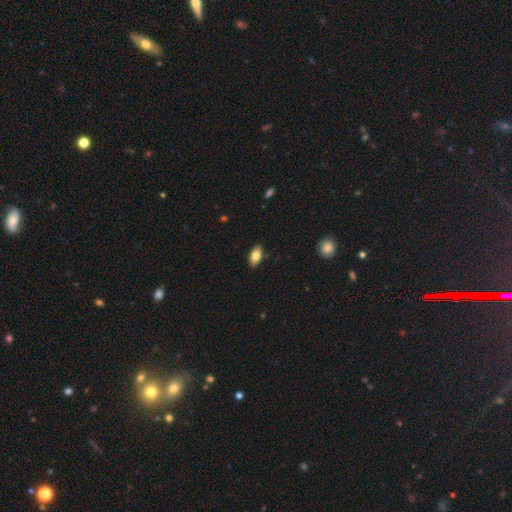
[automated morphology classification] smooth-or-featured: smooth: 80% | featured or disk: 13% | star or artifact: 7%
  how-rounded: in between: 91% | cigar-shaped: 5% | round: 4%
  merging: none: 89% | minor disturbance: 8% | major disturbance: 2% | merger: 1%